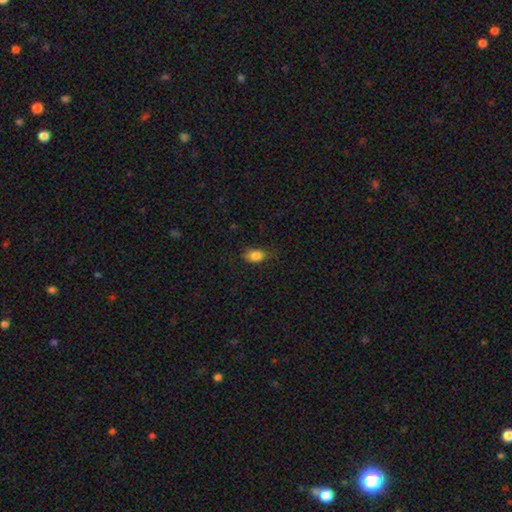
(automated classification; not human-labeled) This is clearly a smooth galaxy (84%). How rounded: clearly in between (81%). Merging: likely none (73%).